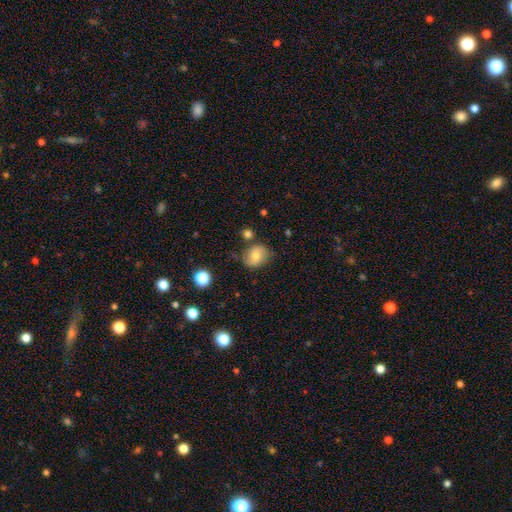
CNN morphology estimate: The model was most divided on "how rounded": round: 52%, in between: 47%, cigar-shaped: 1%. More confident: merging — none (70%); smooth or featured — smooth (58%).